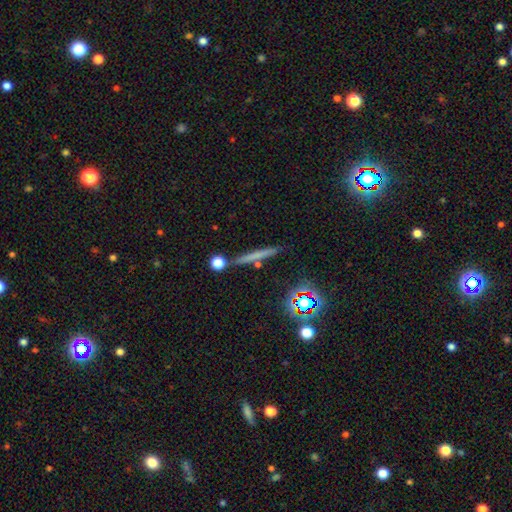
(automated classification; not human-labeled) A smooth galaxy with no disk features (53%) that is cigar-shaped (89%).

Vote fractions:
- Smooth or featured? smooth: 53% / featured or disk: 31% / star or artifact: 15%
- How rounded? cigar-shaped: 89% / round: 6% / in between: 4%
- Merging? none: 84% / minor disturbance: 9% / merger: 5% / major disturbance: 2%